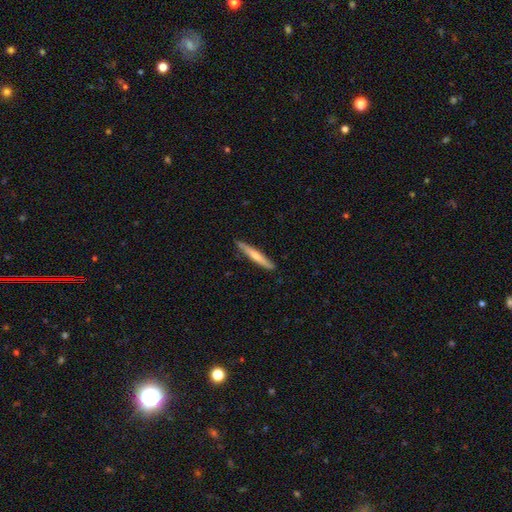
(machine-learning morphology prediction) Smooth or featured?
  - smooth: 50% *
  - featured or disk: 44%
  - star or artifact: 5%
How rounded?
  - cigar-shaped: 95% *
  - in between: 4%
  - round: 1%
Merging?
  - none: 89% *
  - minor disturbance: 8%
  - major disturbance: 1%
  - merger: 1%